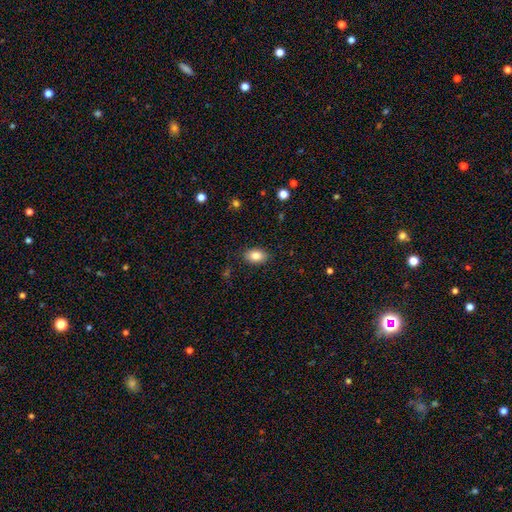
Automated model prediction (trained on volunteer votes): A smooth galaxy with no disk features (85%) that is in between round and cigar-shaped (88%). Merging: none (87%).